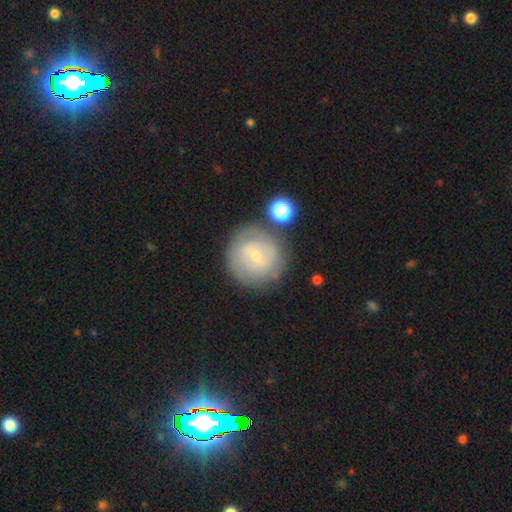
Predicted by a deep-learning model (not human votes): A featured or disk galaxy (55%) with no bar (56%), spiral arms (71%) and a small central bulge (77%). Merging: none (72%).